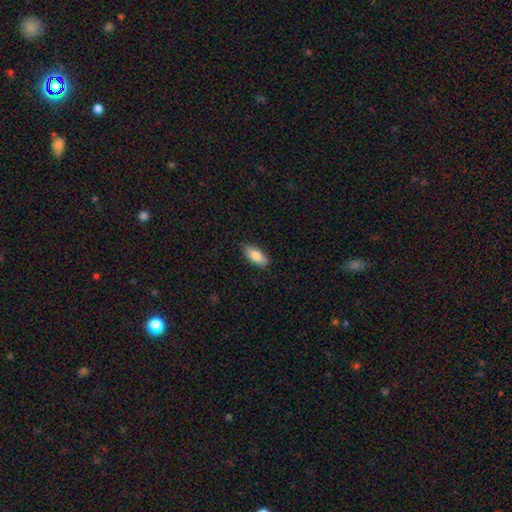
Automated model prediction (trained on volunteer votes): Morphology: type=smooth (86%); roundness=in between (86%); merging=none (87%).